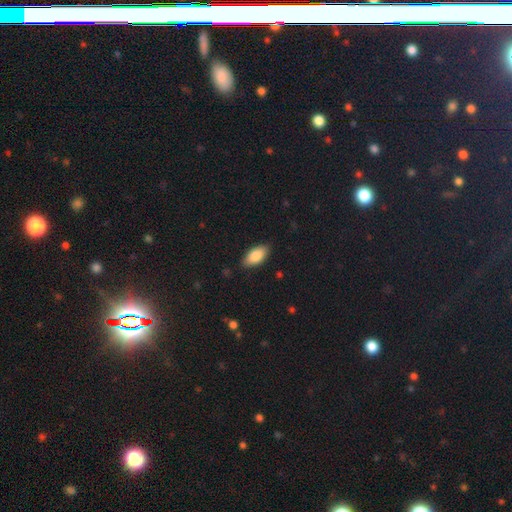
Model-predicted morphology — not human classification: Smooth or featured? smooth (85%)
How rounded? in between (91%)
Merging? none (86%)